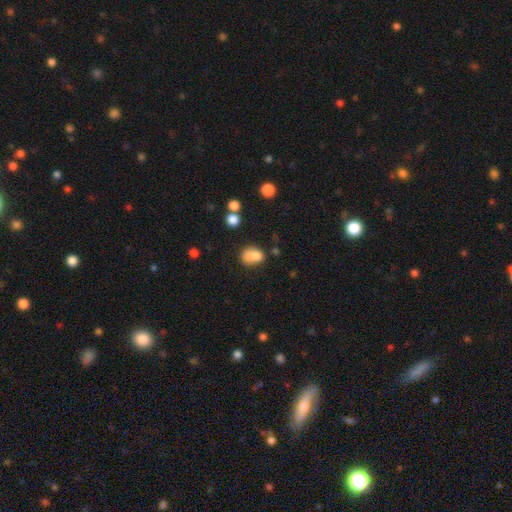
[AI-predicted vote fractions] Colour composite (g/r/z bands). It shows a smooth galaxy with no disk features (76%) that is in between round and cigar-shaped (63%). Merging: none (36%).